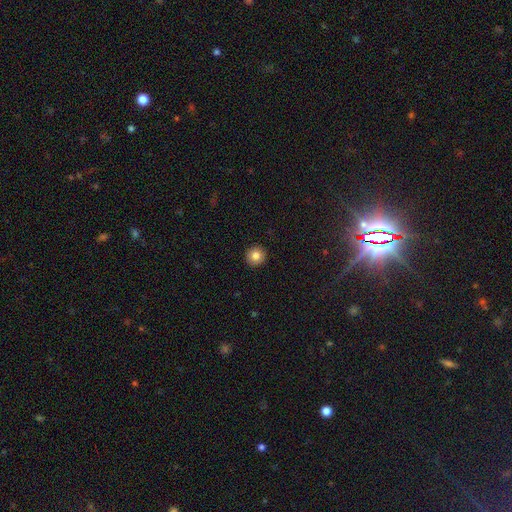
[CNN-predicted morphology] A smooth galaxy with no disk features (83%) that is round (95%).

Vote fractions:
- Smooth or featured? smooth: 83% / star or artifact: 10% / featured or disk: 8%
- How rounded? round: 95% / in between: 4% / cigar-shaped: 1%
- Merging? none: 93% / minor disturbance: 4% / major disturbance: 1% / merger: 1%